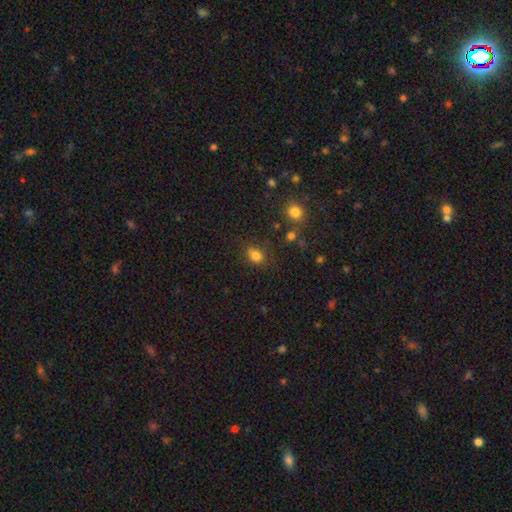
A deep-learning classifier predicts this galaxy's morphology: Smooth or featured? smooth (79%)
How rounded? in between (55%)
Merging? none (67%)